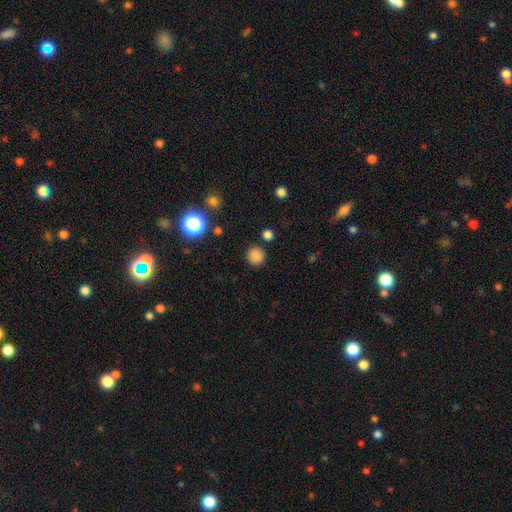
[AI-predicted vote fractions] The model was most divided on "smooth or featured": smooth: 83%, star or artifact: 13%, featured or disk: 3%. More confident: how rounded — round (93%); merging — none (86%).